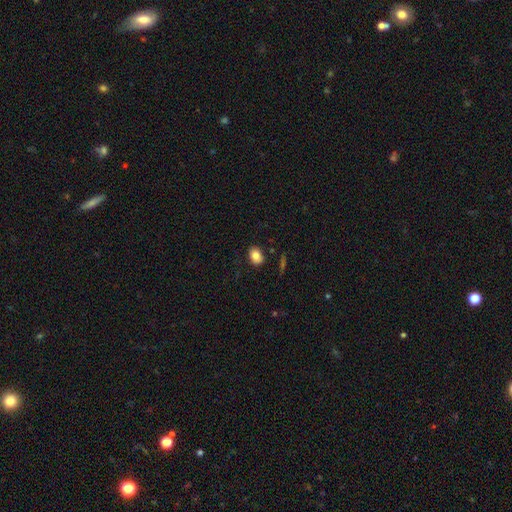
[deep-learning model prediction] Morphology: type=smooth (82%); roundness=in between (73%); merging=none (84%).